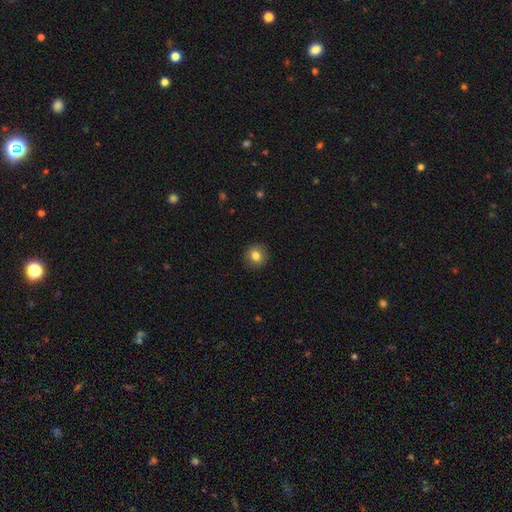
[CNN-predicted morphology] Smooth or featured? Predicted: smooth (p=0.81). How rounded? Predicted: round (p=0.91). Merging? Predicted: none (p=0.91).